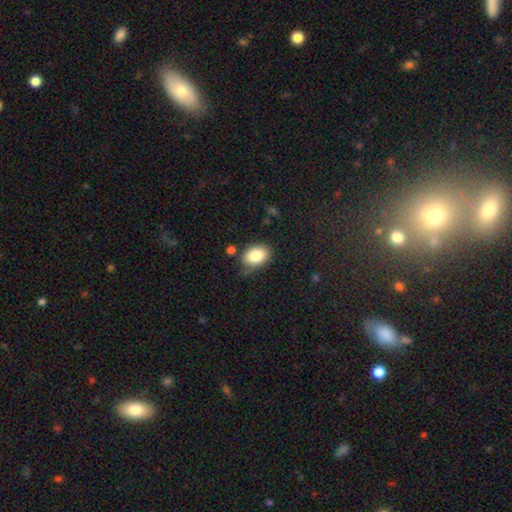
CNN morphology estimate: This appears to be a smooth galaxy with no disk features (84%) that is in between round and cigar-shaped (82%). Merging: none (76%).